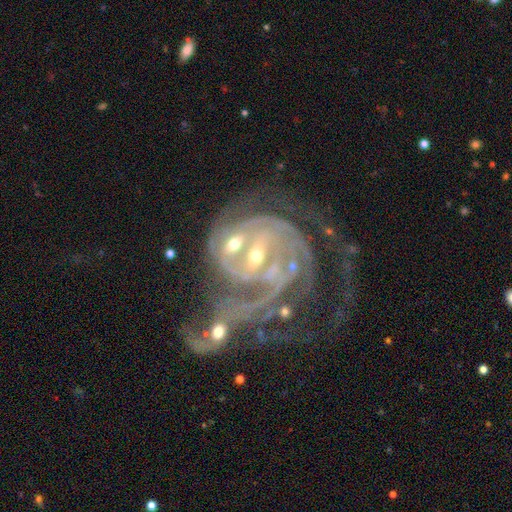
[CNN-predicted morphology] The model was most divided on "spiral arm count": 2: 30%, can't tell: 24%, 3: 21%, 4: 11%, more than 4: 7%, 1: 7%. Remaining: edge-on disk — no (97%); spiral arms — yes (97%); smooth or featured — featured or disk (90%); spiral winding — tight (60%); bulge size — small (54%); merging — merger (53%); bar — weak (42%).